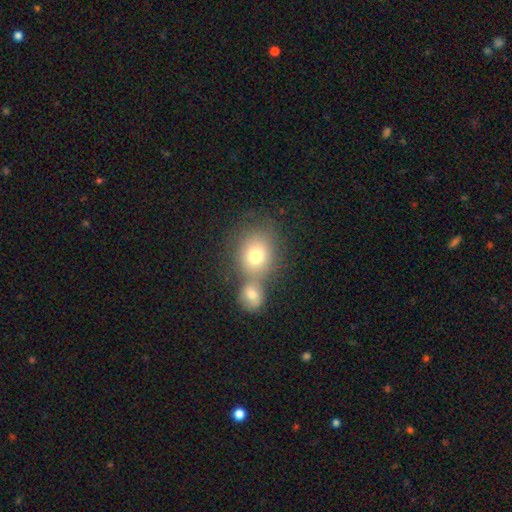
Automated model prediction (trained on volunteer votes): Q: Smooth or featured?
A: smooth (74%); runner-up: featured or disk (15%)
Q: How rounded?
A: round (71%); runner-up: in between (28%)
Q: Merging?
A: merger (47%); runner-up: none (39%)